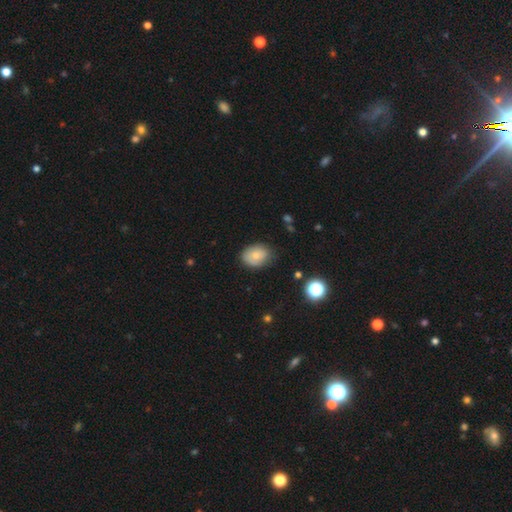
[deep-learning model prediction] smooth 75%, featured or disk 16%, star or artifact 9%. Down the decision tree: how rounded — in between (70%); merging — none (76%).